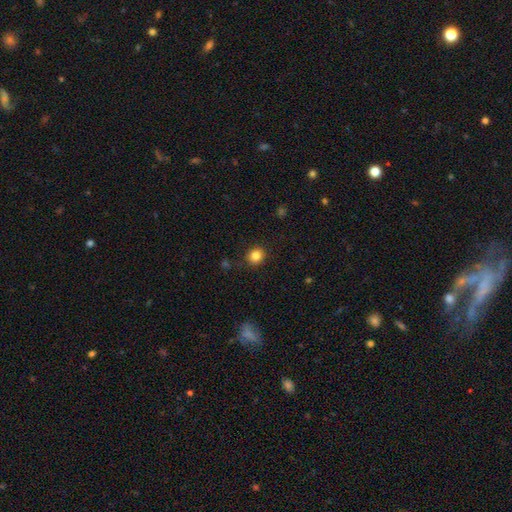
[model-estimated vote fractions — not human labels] This appears to be a smooth galaxy with no disk features (85%) that is round (84%). Merging: none (88%).